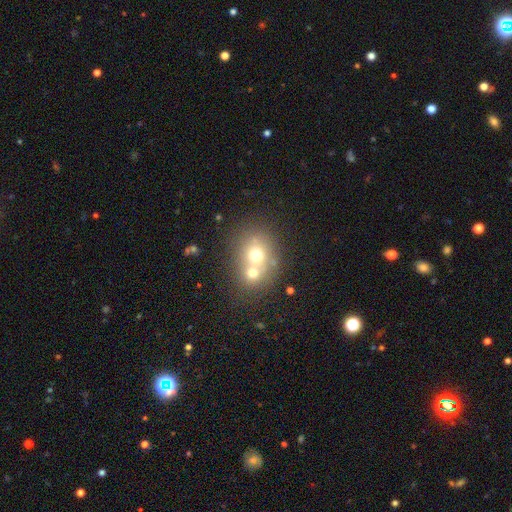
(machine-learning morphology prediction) Smooth or featured? Predicted: smooth (p=0.63). How rounded? Predicted: round (p=0.67). Merging? Predicted: merger (p=0.56).